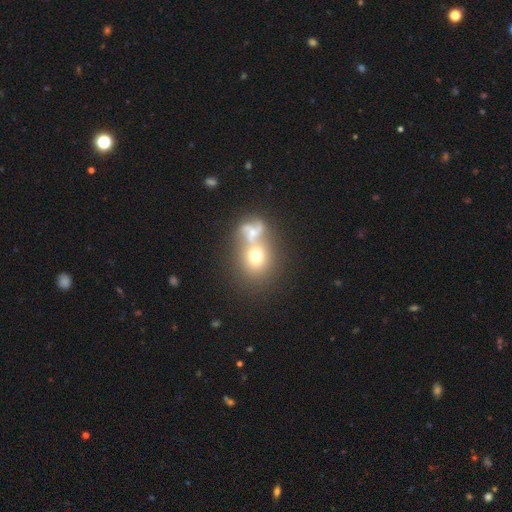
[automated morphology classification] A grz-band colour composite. It shows a smooth galaxy with no disk features (62%) that is round (70%). Merging: merger (54%).